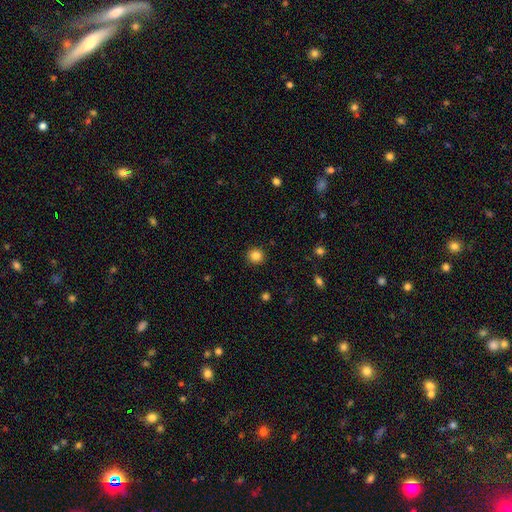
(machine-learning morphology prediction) Smooth or featured? smooth (84%)
How rounded? round (93%)
Merging? none (92%)